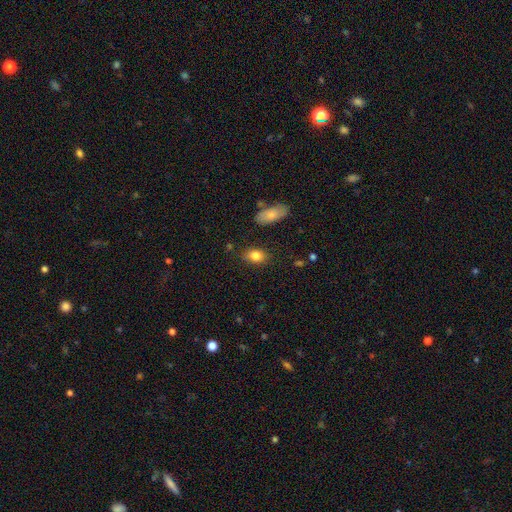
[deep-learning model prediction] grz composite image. It shows a smooth galaxy with no disk features (84%) that is in between round and cigar-shaped (83%). Merging: none (82%).